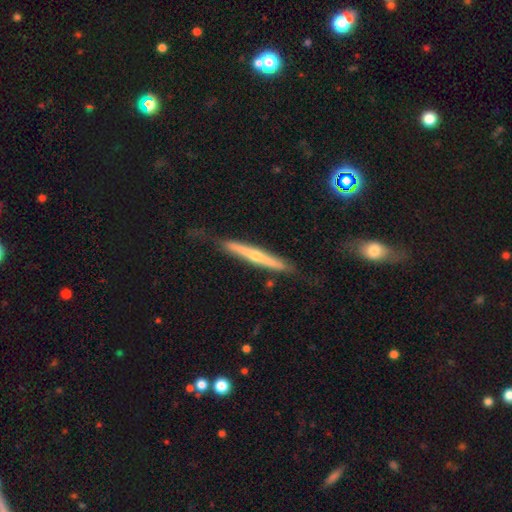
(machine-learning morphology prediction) A featured or disk galaxy (68%) viewed edge-on (93%) with a rounded central bulge (69%).

Vote fractions:
- Smooth or featured? featured or disk: 68% / smooth: 24% / star or artifact: 8%
- Edge-on disk? yes: 93% / no: 7%
- Edge-on bulge? rounded: 69% / none: 26% / boxy: 5%
- Merging? none: 76% / minor disturbance: 18% / major disturbance: 4% / merger: 2%